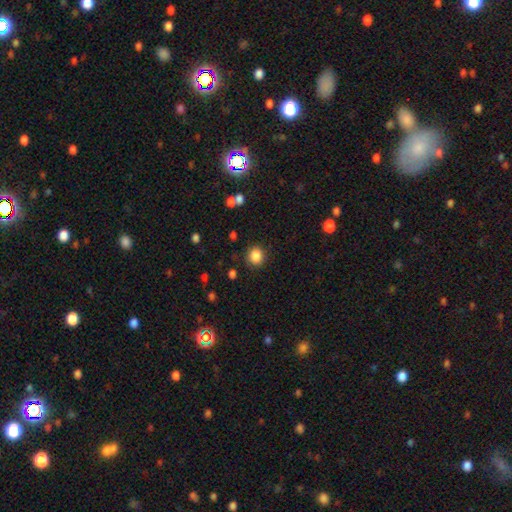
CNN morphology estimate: smooth_or_featured: smooth (p=0.86) [alt: star or artifact p=0.10]
how_rounded: round (p=0.77) [alt: in between p=0.22]
merging: none (p=0.86) [alt: minor disturbance p=0.09]